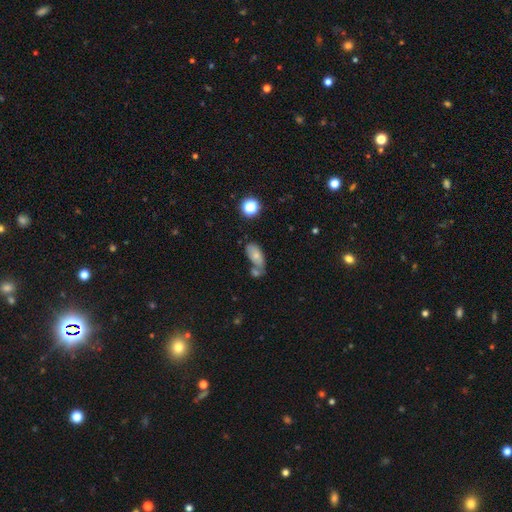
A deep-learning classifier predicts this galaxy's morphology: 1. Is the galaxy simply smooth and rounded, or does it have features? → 70% smooth, 20% featured or disk, 10% star or artifact.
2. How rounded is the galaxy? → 90% in between, 6% cigar-shaped, 4% round.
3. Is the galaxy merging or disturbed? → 40% none, 34% merger, 18% minor disturbance, 9% major disturbance.